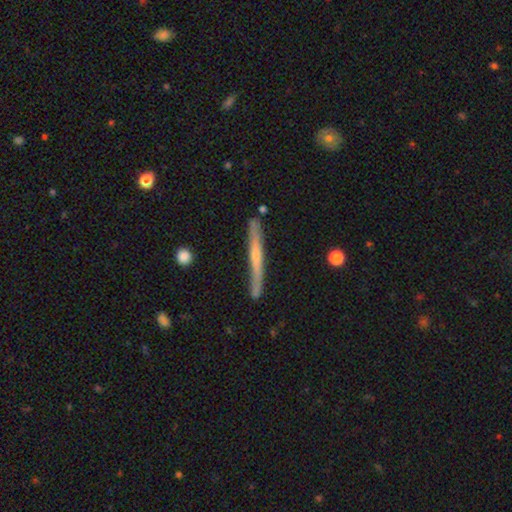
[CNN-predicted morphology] Smooth or featured: featured or disk — 58% (smooth — 36%)
Edge-on disk: yes — 96% (no — 4%)
Edge-on bulge: none — 51% (rounded — 42%)
Merging: none — 79% (minor disturbance — 15%)